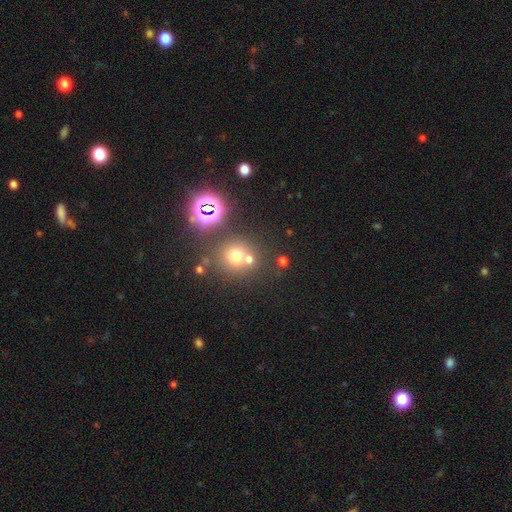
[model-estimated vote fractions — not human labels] This is possibly a star or artifact rather than a galaxy (56%).